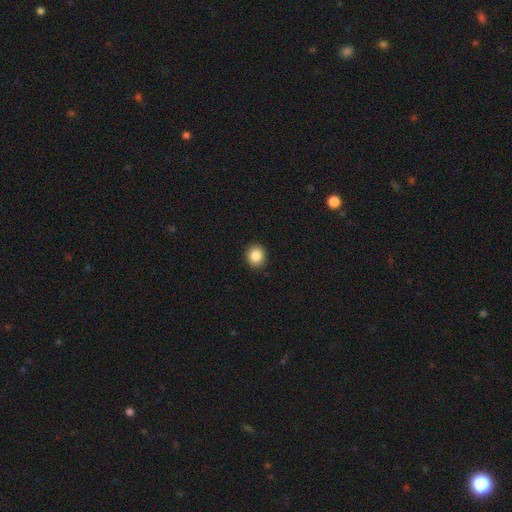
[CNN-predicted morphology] Overall: smooth (87%). How rounded: round (82%). Merging: none (91%).